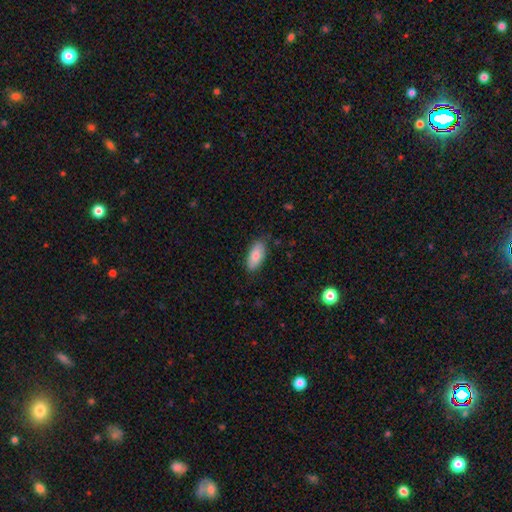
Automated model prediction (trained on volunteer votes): smooth_or_featured: smooth (p=0.79) [alt: featured or disk p=0.14]
how_rounded: in between (p=0.89) [alt: cigar-shaped p=0.08]
merging: none (p=0.82) [alt: minor disturbance p=0.14]